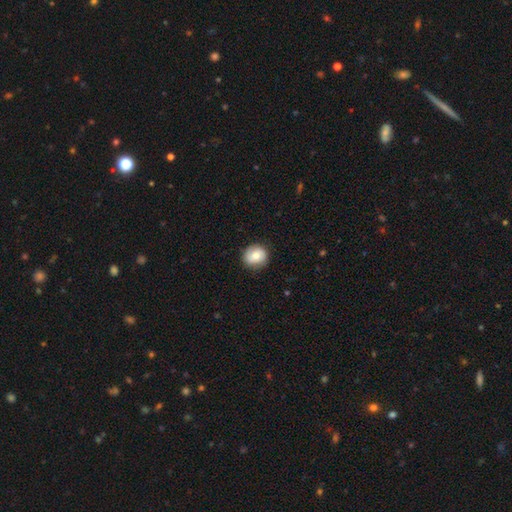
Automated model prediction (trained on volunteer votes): Smooth or featured?
  - smooth: 72% *
  - featured or disk: 21%
  - star or artifact: 8%
How rounded?
  - round: 75% *
  - in between: 24%
  - cigar-shaped: 1%
Merging?
  - none: 82% *
  - minor disturbance: 13%
  - major disturbance: 3%
  - merger: 1%